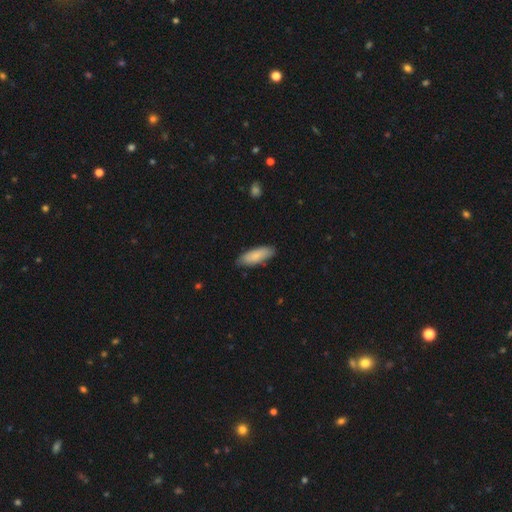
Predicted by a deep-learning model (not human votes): Smooth or featured: smooth — 85% (featured or disk — 10%)
How rounded: in between — 64% (cigar-shaped — 34%)
Merging: none — 82% (minor disturbance — 14%)